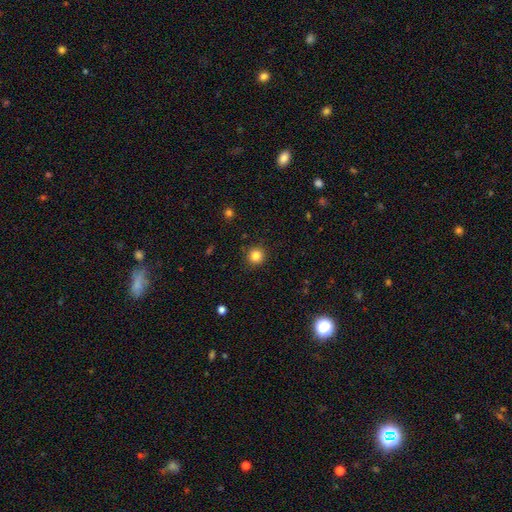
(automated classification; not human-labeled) A smooth galaxy with no disk features (83%) that is round (93%).

Vote fractions:
- Smooth or featured? smooth: 83% / star or artifact: 12% / featured or disk: 5%
- How rounded? round: 93% / in between: 6% / cigar-shaped: 1%
- Merging? none: 90% / minor disturbance: 7% / major disturbance: 2% / merger: 1%